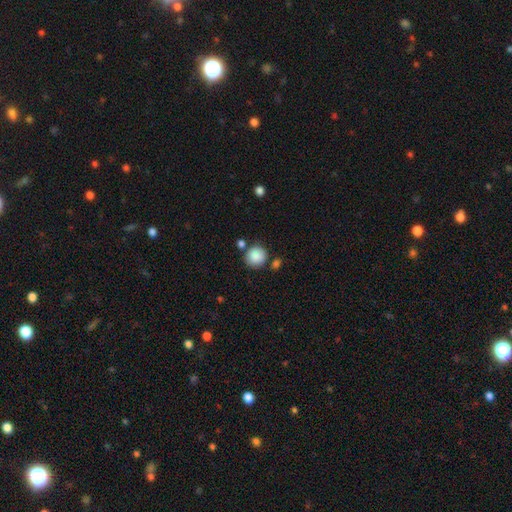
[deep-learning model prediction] Smooth or featured?
  - smooth: 88% *
  - star or artifact: 8%
  - featured or disk: 4%
How rounded?
  - round: 91% *
  - in between: 8%
  - cigar-shaped: 1%
Merging?
  - none: 75% *
  - minor disturbance: 11%
  - merger: 10%
  - major disturbance: 4%